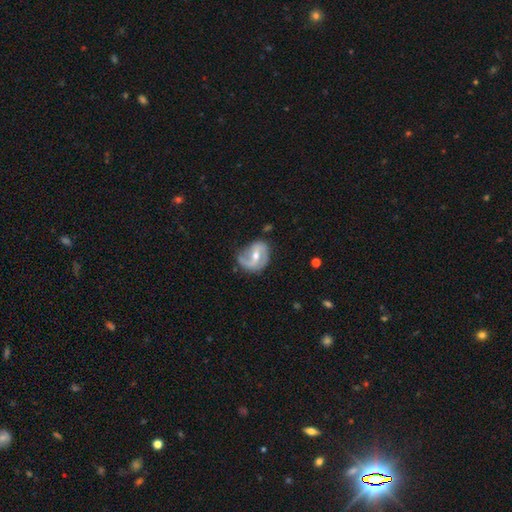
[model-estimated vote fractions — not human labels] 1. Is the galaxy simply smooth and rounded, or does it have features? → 82% featured or disk, 12% smooth, 5% star or artifact.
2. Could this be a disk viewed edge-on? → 97% no, 3% yes.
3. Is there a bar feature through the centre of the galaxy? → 43% weak, 32% strong, 25% no.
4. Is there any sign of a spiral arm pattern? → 91% yes, 9% no.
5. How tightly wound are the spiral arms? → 42% medium, 37% loose, 21% tight.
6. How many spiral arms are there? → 76% 2, 14% 1, 6% can't tell, 2% 3, 1% 4, 1% more than 4.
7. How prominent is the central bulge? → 62% moderate, 34% small, 2% large, 1% none, 1% dominant.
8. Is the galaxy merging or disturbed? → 61% none, 25% minor disturbance, 11% major disturbance, 2% merger.